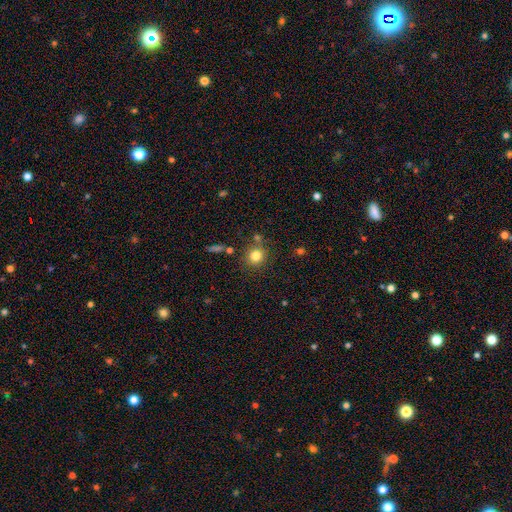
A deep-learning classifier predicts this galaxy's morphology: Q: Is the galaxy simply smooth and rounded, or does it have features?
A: smooth — 81%.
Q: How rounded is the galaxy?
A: round — 88%.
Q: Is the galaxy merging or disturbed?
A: none — 78%.